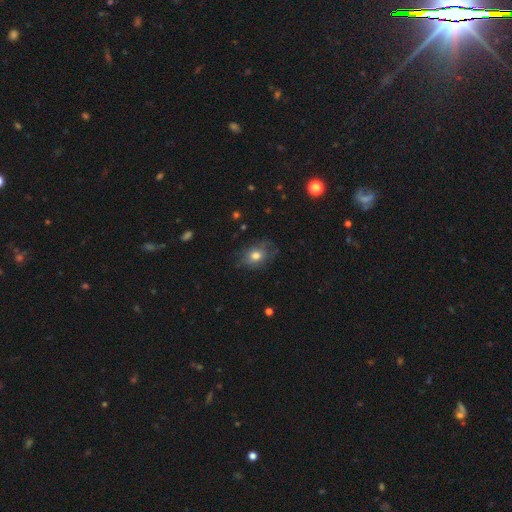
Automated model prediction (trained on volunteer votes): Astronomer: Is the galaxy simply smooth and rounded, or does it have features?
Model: smooth — 66%.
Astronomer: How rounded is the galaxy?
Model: in between — 60% (runner-up: round, 38%).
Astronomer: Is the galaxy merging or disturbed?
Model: none — 66%.